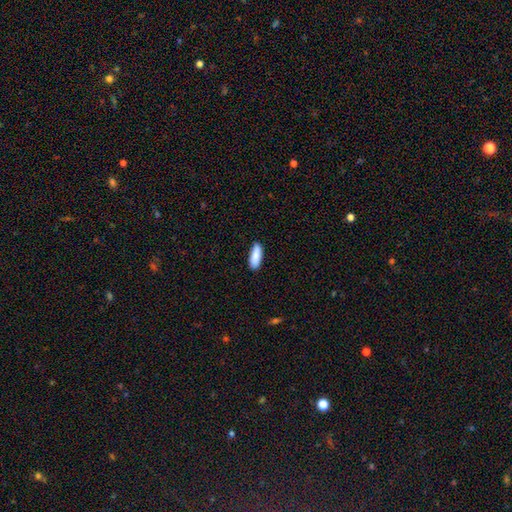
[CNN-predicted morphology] Q: Smooth or featured?
A: smooth (88%); runner-up: featured or disk (6%)
Q: How rounded?
A: in between (63%); runner-up: cigar-shaped (35%)
Q: Merging?
A: none (85%); runner-up: minor disturbance (12%)